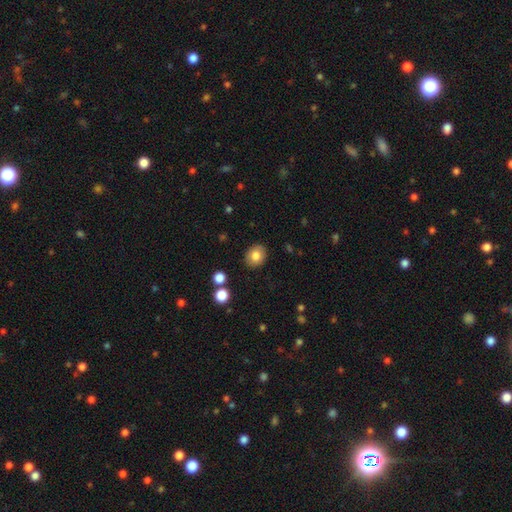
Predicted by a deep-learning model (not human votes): smooth_or_featured: smooth (p=0.81) [alt: featured or disk p=0.09]
how_rounded: round (p=0.58) [alt: in between p=0.41]
merging: none (p=0.88) [alt: minor disturbance p=0.08]